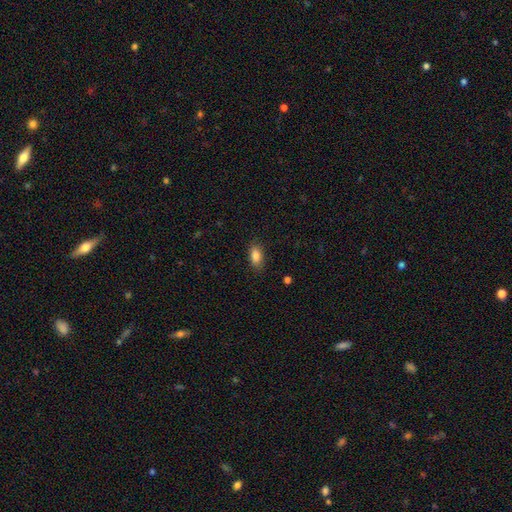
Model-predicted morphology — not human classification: Smooth or featured? smooth (85%)
How rounded? in between (88%)
Merging? none (85%)